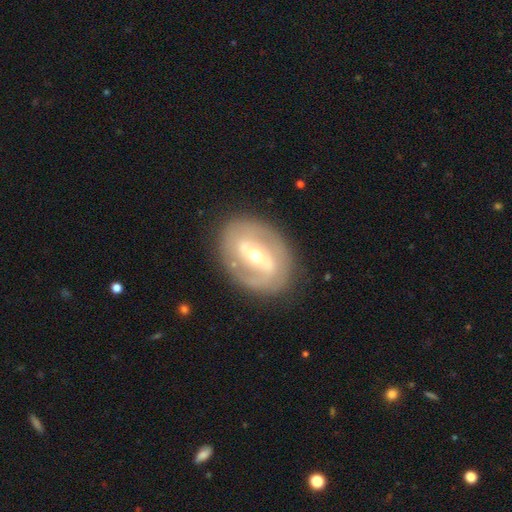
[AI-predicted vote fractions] Smooth or featured? featured or disk (81%)
Edge-on disk? no (95%)
Bar? strong (47%)
Spiral arms? yes (78%)
Spiral winding? medium (42%)
Spiral arm count? 2 (81%)
Bulge size? small (52%)
Merging? none (82%)